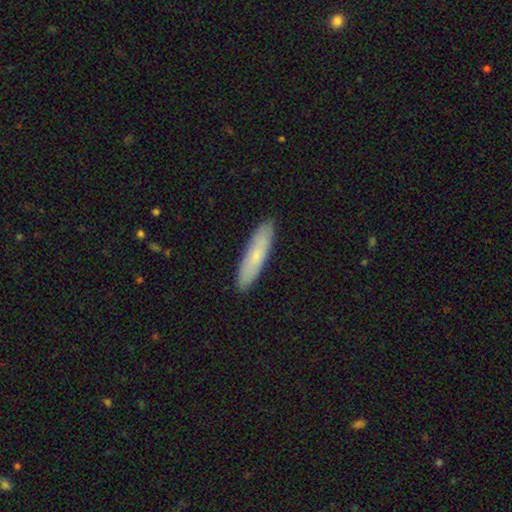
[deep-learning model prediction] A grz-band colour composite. It shows a smooth galaxy with no disk features (72%) that is cigar-shaped (78%). Merging: none (90%).